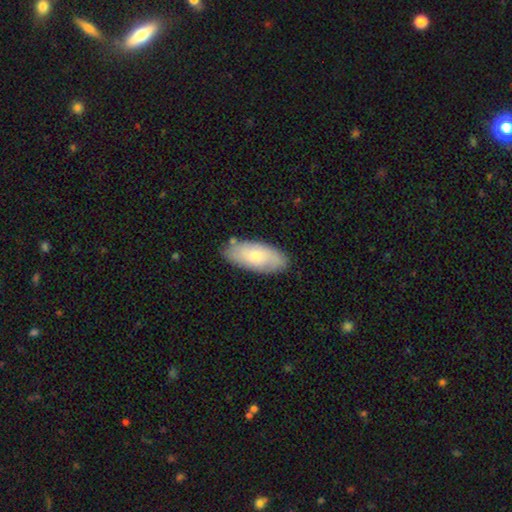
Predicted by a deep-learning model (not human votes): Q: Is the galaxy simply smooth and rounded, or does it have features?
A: smooth — 69%.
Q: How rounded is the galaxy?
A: in between — 88%.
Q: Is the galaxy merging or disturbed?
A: none — 79%.